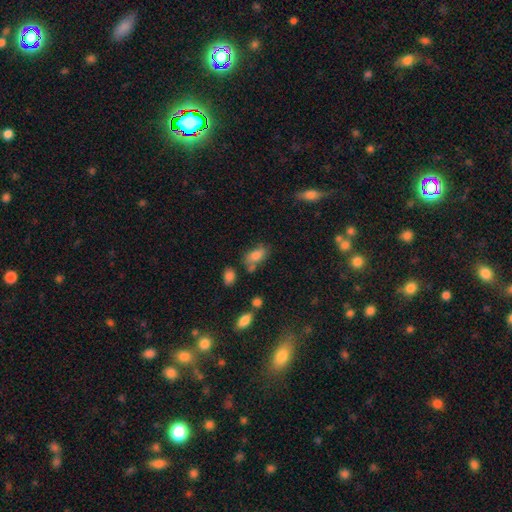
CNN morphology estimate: smooth_or_featured: smooth (p=0.80) [alt: star or artifact p=0.10]
how_rounded: in between (p=0.89) [alt: round p=0.07]
merging: none (p=0.53) [alt: minor disturbance p=0.23]